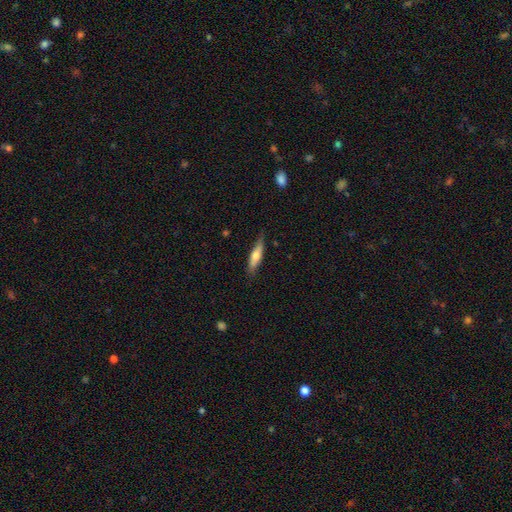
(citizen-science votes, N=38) Smooth or featured?
  - featured or disk: 50% *
  - smooth: 47%
  - star or artifact: 3%
Edge-on disk?
  - yes: 95% *
  - no: 5%
Edge-on bulge?
  - rounded: 72% *
  - none: 17%
  - boxy: 11%
Merging?
  - none: 78% *
  - minor disturbance: 22%
  - major disturbance: 0%
  - merger: 0%